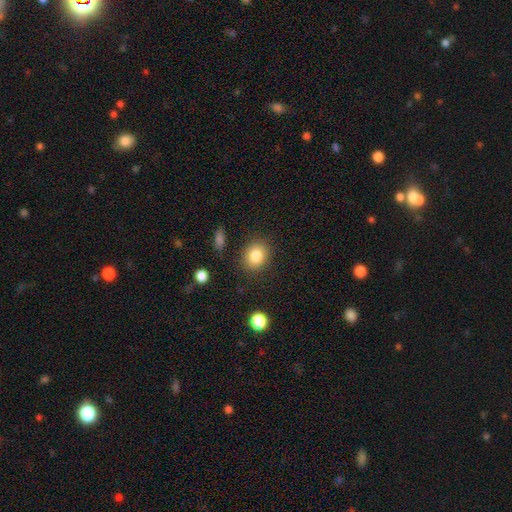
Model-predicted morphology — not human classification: type=smooth (83%); roundness=round (59%); merging=none (85%).